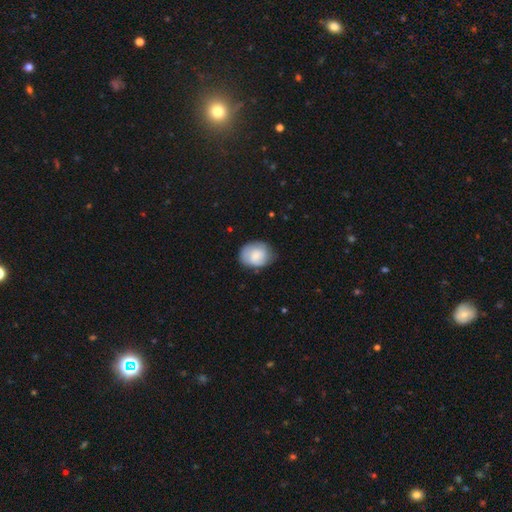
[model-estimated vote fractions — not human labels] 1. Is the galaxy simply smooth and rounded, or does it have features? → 76% smooth, 17% featured or disk, 7% star or artifact.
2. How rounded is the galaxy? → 54% round, 45% in between, 1% cigar-shaped.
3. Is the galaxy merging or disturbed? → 70% none, 24% minor disturbance, 5% major disturbance, 1% merger.